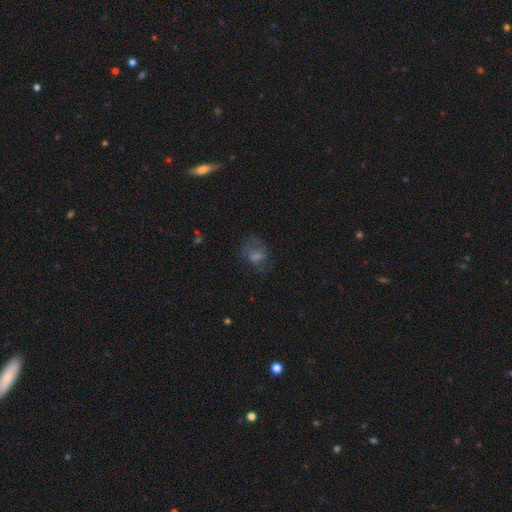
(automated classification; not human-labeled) Smooth or featured? smooth (45%)
Merging? none (55%)